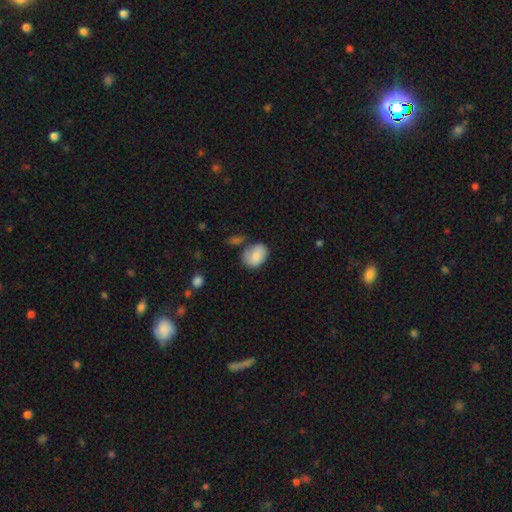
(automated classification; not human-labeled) smooth 81%, featured or disk 11%, star or artifact 7%. Down the decision tree: how rounded — in between (71%); merging — none (54%).